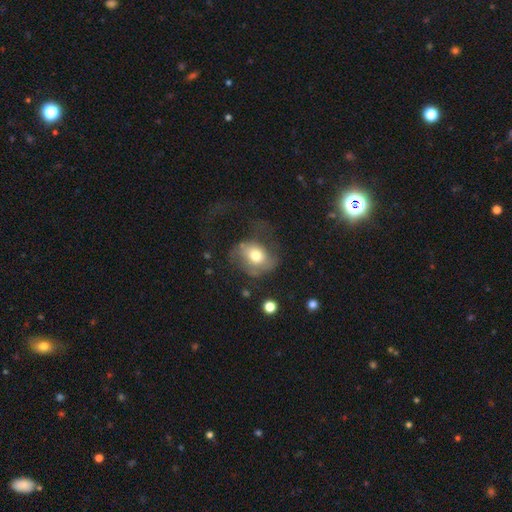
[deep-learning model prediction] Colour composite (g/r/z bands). It shows a smooth galaxy with no disk features (59%) that is in between round and cigar-shaped (51%). Merging: major disturbance (39%).